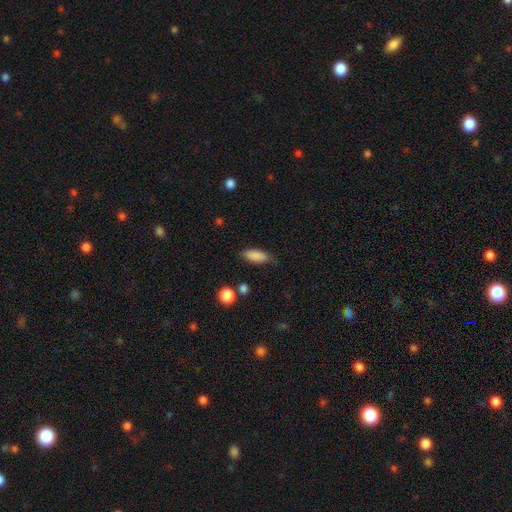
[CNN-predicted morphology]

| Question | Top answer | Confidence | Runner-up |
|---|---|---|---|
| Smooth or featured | smooth | 87% | star or artifact (7%) |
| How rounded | in between | 78% | cigar-shaped (19%) |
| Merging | none | 76% | minor disturbance (18%) |